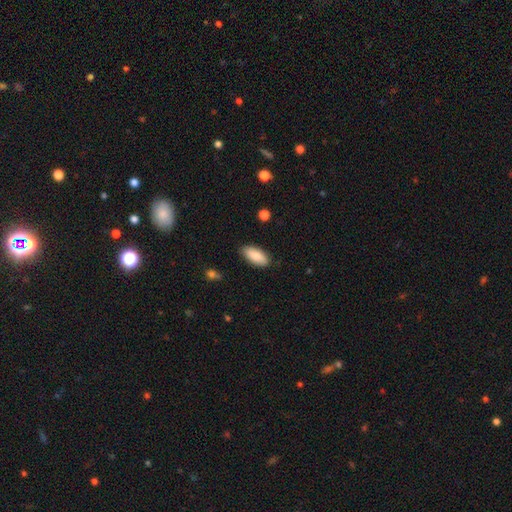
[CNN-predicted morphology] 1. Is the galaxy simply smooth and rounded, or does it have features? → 86% smooth, 8% featured or disk, 6% star or artifact.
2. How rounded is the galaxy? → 86% in between, 12% cigar-shaped, 2% round.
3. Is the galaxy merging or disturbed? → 85% none, 11% minor disturbance, 2% major disturbance, 1% merger.